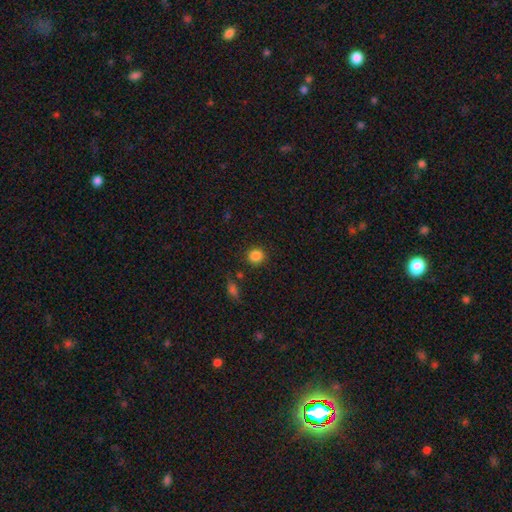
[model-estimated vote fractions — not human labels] smooth-or-featured: smooth: 85% | star or artifact: 11% | featured or disk: 4%
  how-rounded: round: 89% | in between: 10% | cigar-shaped: 1%
  merging: none: 88% | minor disturbance: 7% | merger: 3% | major disturbance: 3%